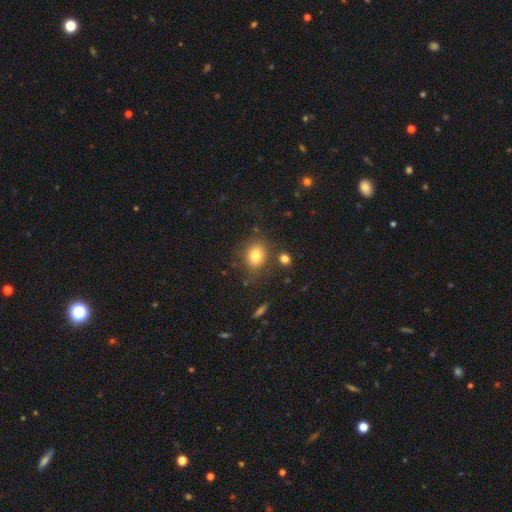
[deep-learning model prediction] Smooth or featured?
  - smooth: 80% *
  - star or artifact: 11%
  - featured or disk: 9%
How rounded?
  - round: 53% *
  - in between: 46%
  - cigar-shaped: 1%
Merging?
  - none: 77% *
  - minor disturbance: 13%
  - merger: 6%
  - major disturbance: 5%